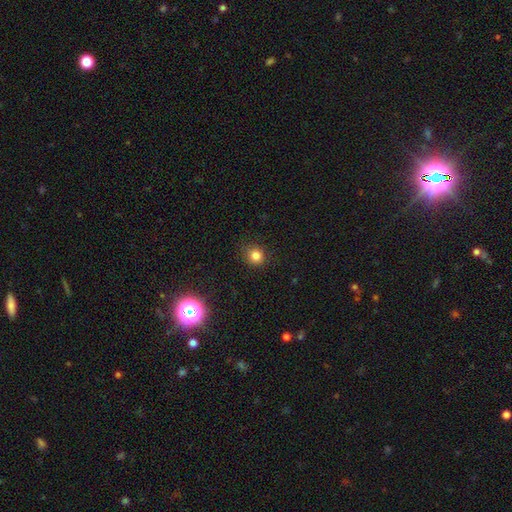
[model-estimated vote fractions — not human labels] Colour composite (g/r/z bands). It shows a smooth galaxy with no disk features (81%) that is round (86%). Merging: none (87%).